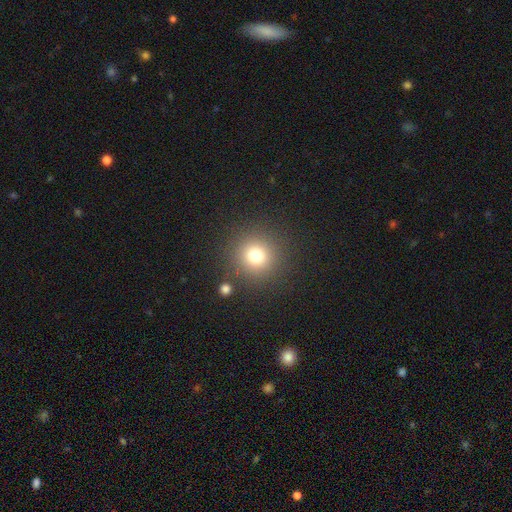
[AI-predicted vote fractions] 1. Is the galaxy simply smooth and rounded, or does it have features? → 75% smooth, 17% star or artifact, 9% featured or disk.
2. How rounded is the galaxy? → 95% round, 4% in between, 1% cigar-shaped.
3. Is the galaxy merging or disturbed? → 88% none, 6% minor disturbance, 3% major disturbance, 3% merger.